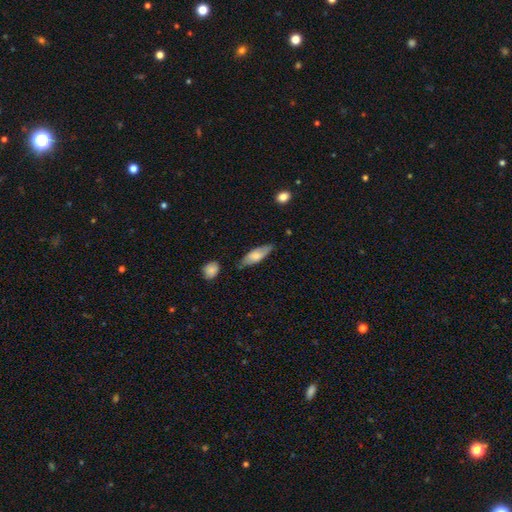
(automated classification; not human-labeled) Overall: smooth (65%; featured or disk 29%). How rounded: in between (64%; cigar-shaped 33%). Merging: none (71%).